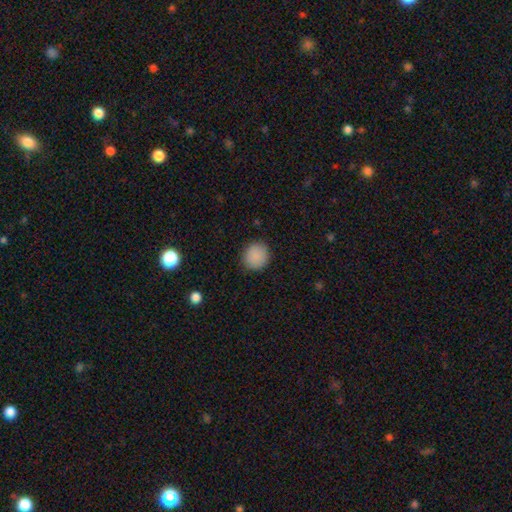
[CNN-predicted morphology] Q: Smooth or featured?
A: smooth (88%); runner-up: star or artifact (8%)
Q: How rounded?
A: round (92%); runner-up: in between (7%)
Q: Merging?
A: none (89%); runner-up: minor disturbance (8%)